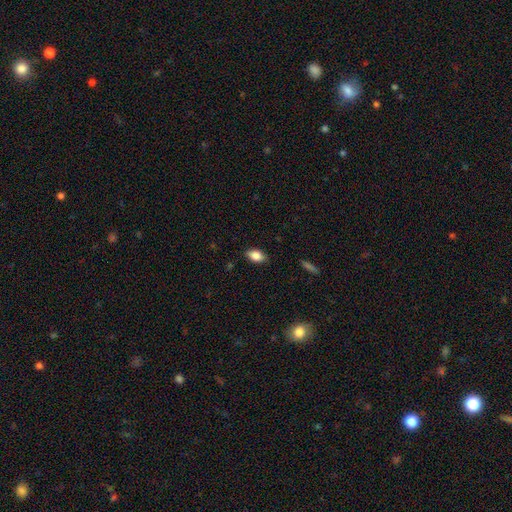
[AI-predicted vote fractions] Smooth or featured: smooth — 85% (star or artifact — 8%)
How rounded: in between — 88% (round — 9%)
Merging: none — 84% (minor disturbance — 13%)